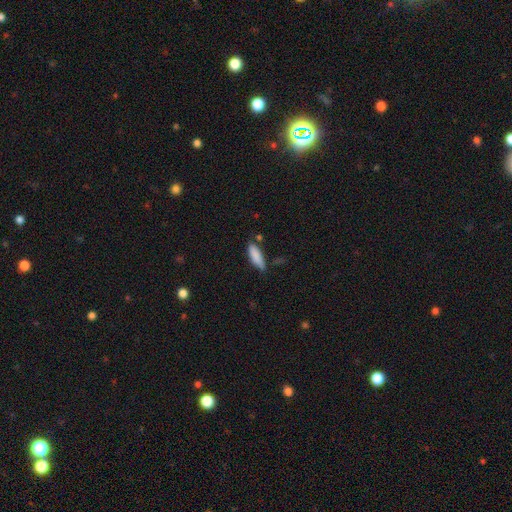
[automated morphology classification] Smooth or featured? Predicted: smooth (p=0.86). How rounded? Predicted: in between (p=0.53). Merging? Predicted: none (p=0.68).